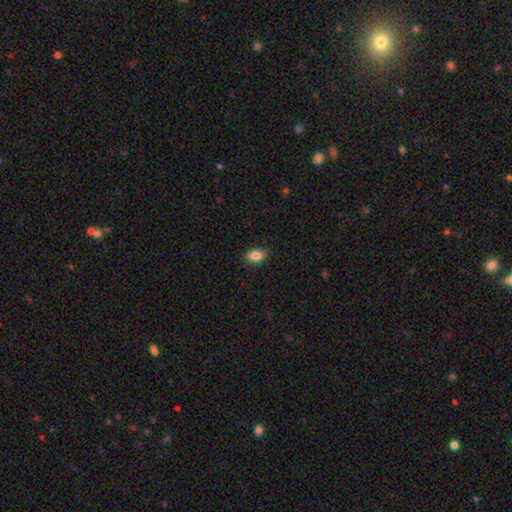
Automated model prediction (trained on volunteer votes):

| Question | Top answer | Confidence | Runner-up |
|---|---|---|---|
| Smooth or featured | smooth | 87% | star or artifact (8%) |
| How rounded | in between | 90% | round (8%) |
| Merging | none | 87% | minor disturbance (10%) |